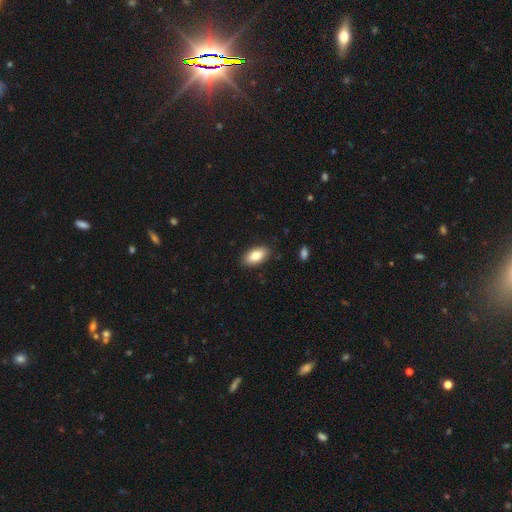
smooth 90%, featured or disk 5%, star or artifact 5%. Down the decision tree: how rounded — in between (92%); merging — none (89%).